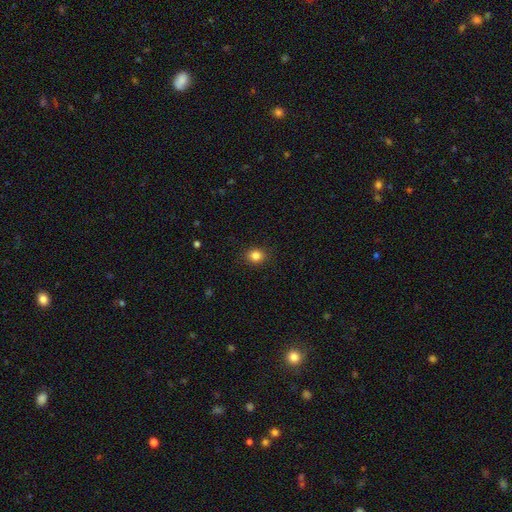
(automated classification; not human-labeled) This is clearly a smooth galaxy (84%). How rounded: likely round (74%). Merging: clearly none (89%).